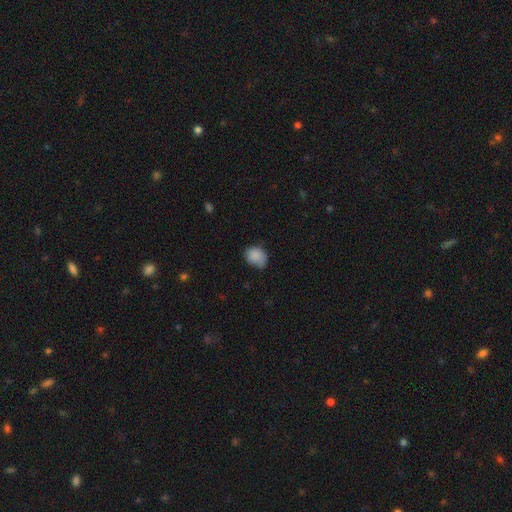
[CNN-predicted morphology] This is clearly a smooth galaxy (85%). How rounded: possibly in between (53%). Merging: possibly none (54%).